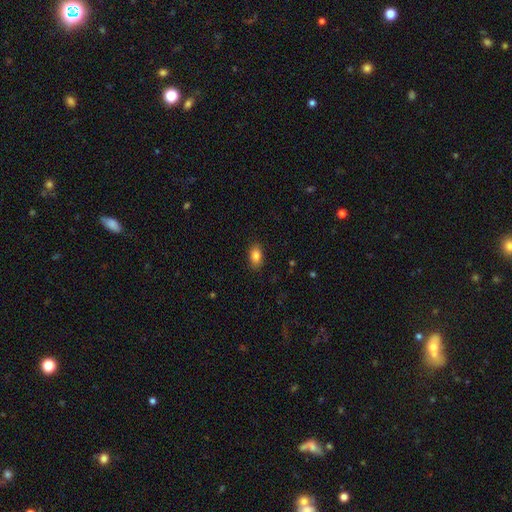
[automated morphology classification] The model was most divided on "smooth or featured": smooth: 84%, star or artifact: 8%, featured or disk: 8%. More confident: how rounded — in between (88%); merging — none (88%).